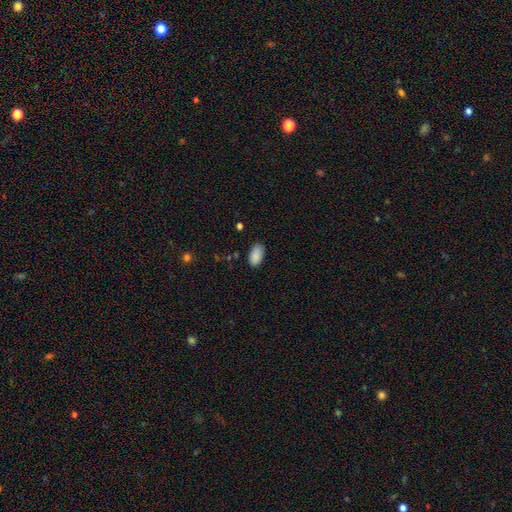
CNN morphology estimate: smooth_or_featured: smooth (p=0.89) [alt: star or artifact p=0.07]
how_rounded: in between (p=0.94) [alt: round p=0.03]
merging: none (p=0.84) [alt: minor disturbance p=0.13]